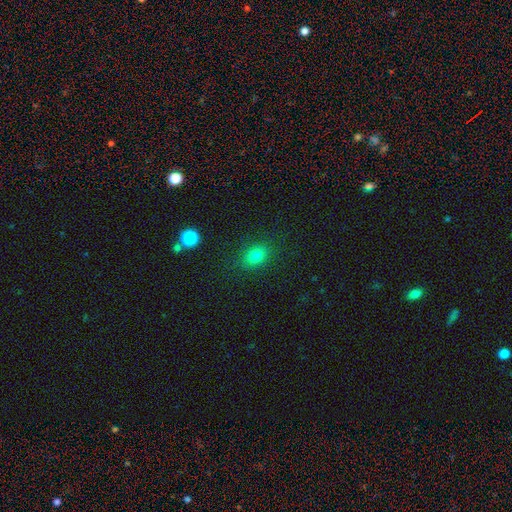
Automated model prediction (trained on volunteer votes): A smooth galaxy with no disk features (79%) that is in between round and cigar-shaped (56%). Merging: none (86%).